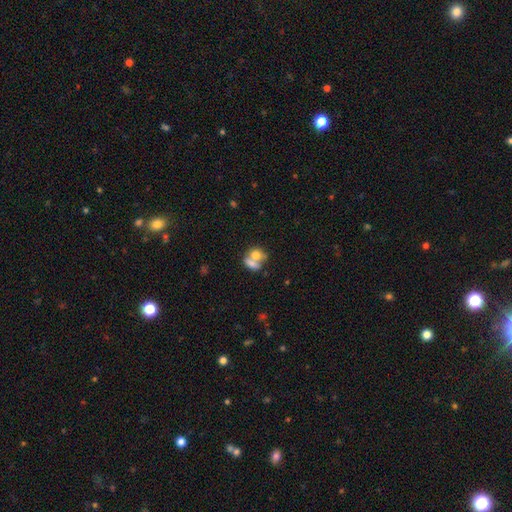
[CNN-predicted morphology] The model was most divided on "how rounded": in between: 56%, round: 42%, cigar-shaped: 3%. More confident: smooth or featured — smooth (70%); merging — merger (67%).